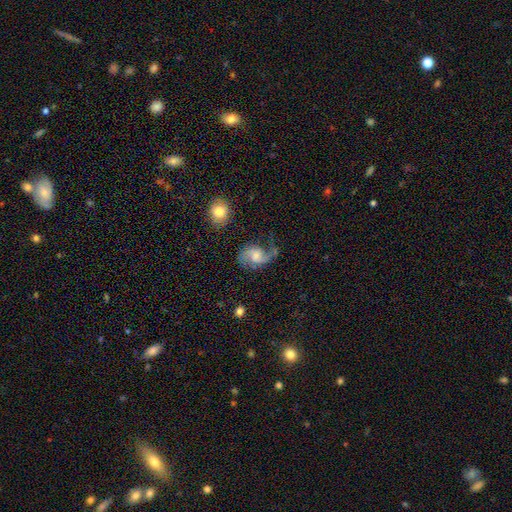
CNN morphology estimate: type=featured or disk (80%); edge-on=no (98%); bar=no (49%); spiral arms=yes (95%); winding=loose (52%); arm count=2 (82%); bulge=moderate (40%, tied with small); merging=none (50%).